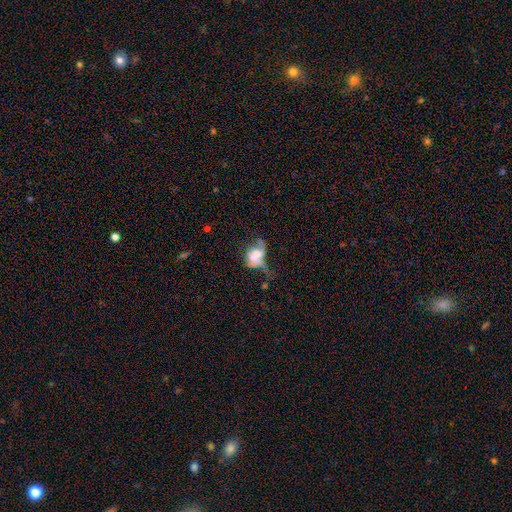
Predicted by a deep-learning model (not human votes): Smooth or featured? featured or disk (47%)
Merging? merger (37%)